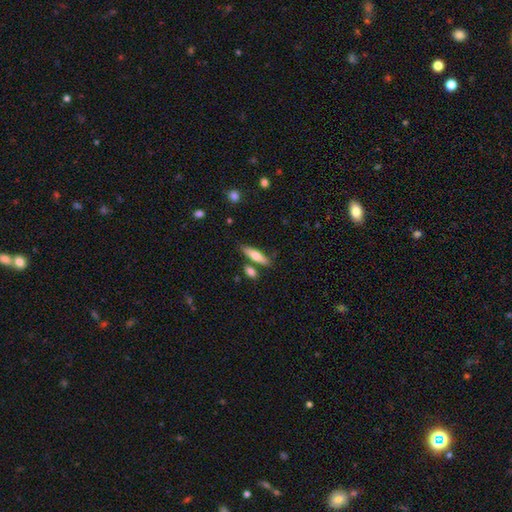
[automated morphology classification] Overall: smooth (68%). How rounded: cigar-shaped (67%; in between 31%). Merging: none (75%).